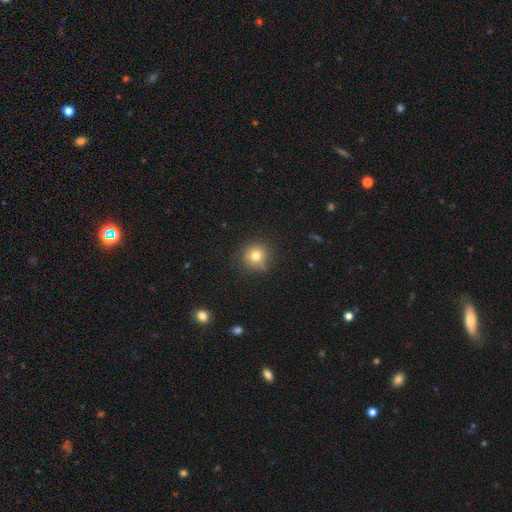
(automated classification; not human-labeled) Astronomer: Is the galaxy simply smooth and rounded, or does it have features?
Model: smooth — 77%.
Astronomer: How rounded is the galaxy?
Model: round — 92%.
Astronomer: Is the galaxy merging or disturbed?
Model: none — 82%.